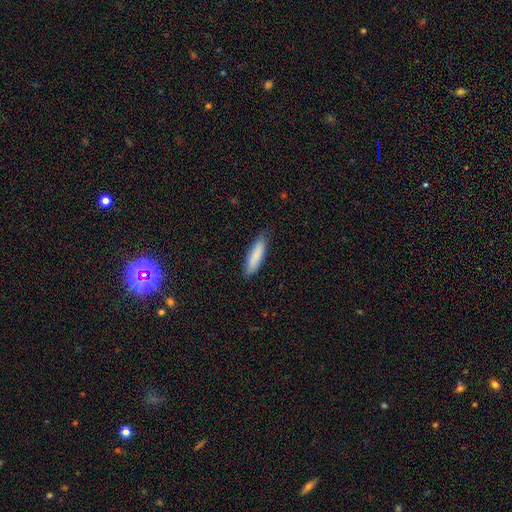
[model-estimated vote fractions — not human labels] Smooth or featured?
  - smooth: 85% *
  - featured or disk: 9%
  - star or artifact: 5%
How rounded?
  - cigar-shaped: 72% *
  - in between: 27%
  - round: 1%
Merging?
  - none: 82% *
  - minor disturbance: 15%
  - major disturbance: 2%
  - merger: 1%